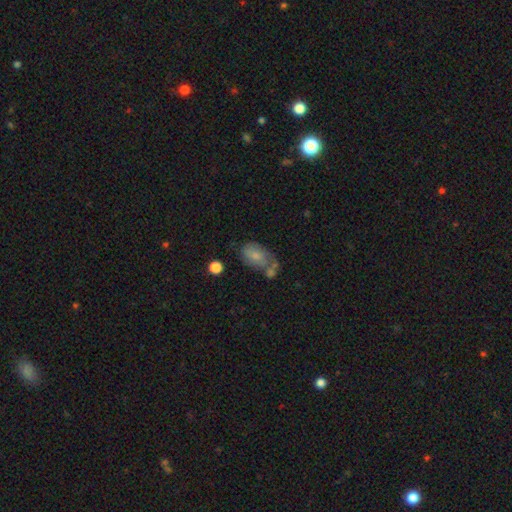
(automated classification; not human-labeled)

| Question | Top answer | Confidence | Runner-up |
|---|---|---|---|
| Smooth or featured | smooth | 69% | featured or disk (22%) |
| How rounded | in between | 87% | round (11%) |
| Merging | none | 39% | merger (25%) |